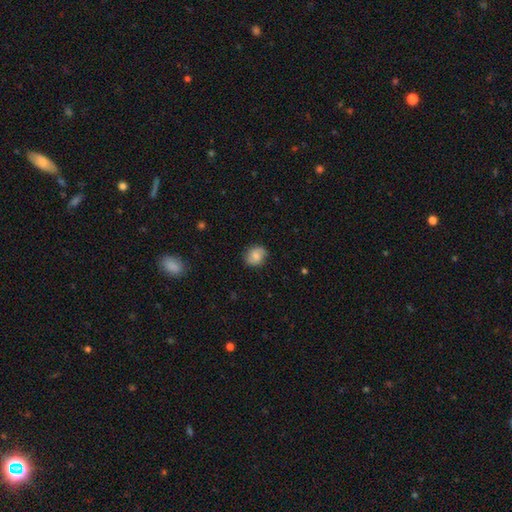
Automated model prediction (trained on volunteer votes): smooth-or-featured: smooth: 69% | featured or disk: 23% | star or artifact: 9%
  how-rounded: round: 63% | in between: 36% | cigar-shaped: 1%
  merging: none: 80% | minor disturbance: 16% | major disturbance: 3% | merger: 1%